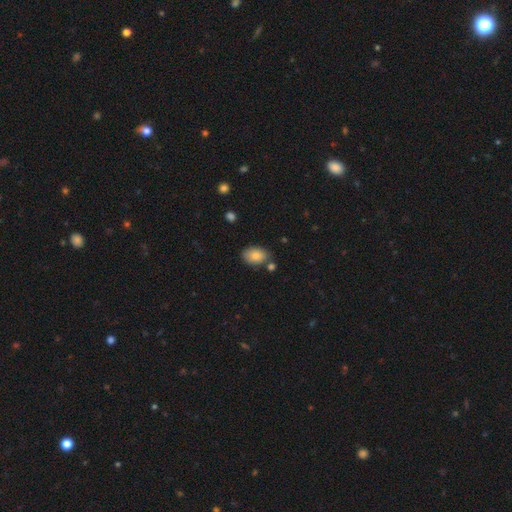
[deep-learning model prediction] Smooth or featured? Predicted: smooth (p=0.83). How rounded? Predicted: in between (p=0.86). Merging? Predicted: none (p=0.77).